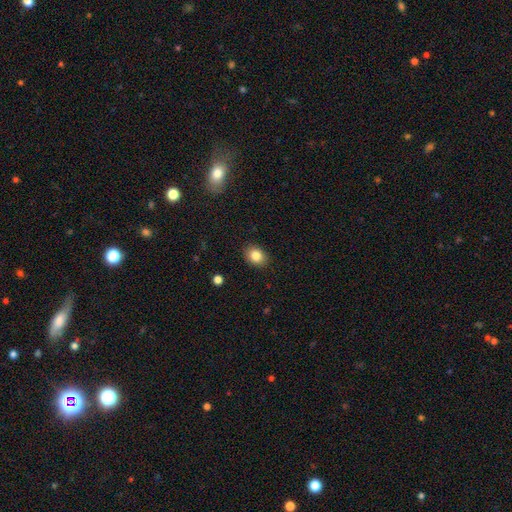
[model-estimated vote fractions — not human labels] Smooth or featured?
  - smooth: 83% *
  - star or artifact: 9%
  - featured or disk: 7%
How rounded?
  - in between: 62% *
  - round: 37%
  - cigar-shaped: 1%
Merging?
  - none: 89% *
  - minor disturbance: 8%
  - major disturbance: 2%
  - merger: 1%